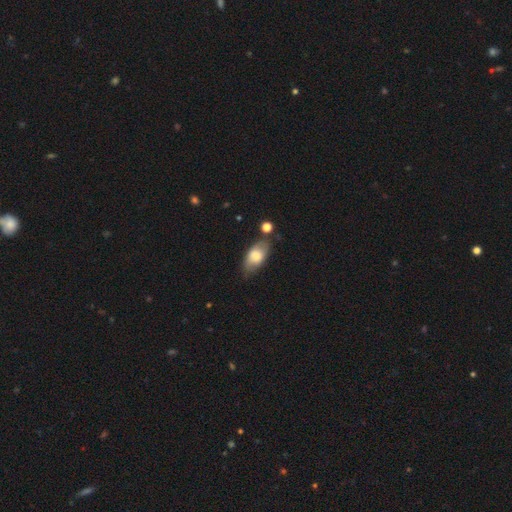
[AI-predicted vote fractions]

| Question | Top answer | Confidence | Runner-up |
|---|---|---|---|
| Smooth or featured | smooth | 74% | featured or disk (19%) |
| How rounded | in between | 90% | cigar-shaped (5%) |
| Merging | none | 68% | minor disturbance (20%) |